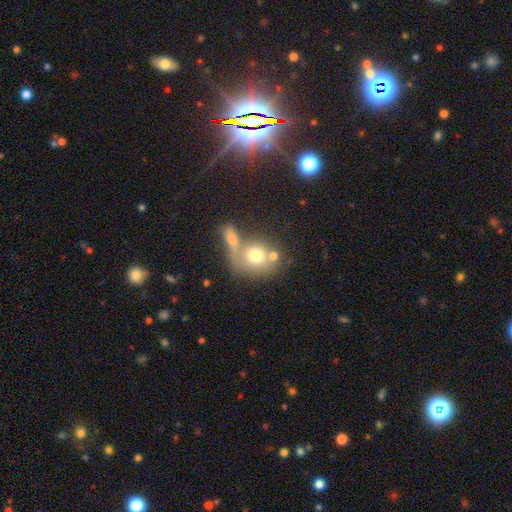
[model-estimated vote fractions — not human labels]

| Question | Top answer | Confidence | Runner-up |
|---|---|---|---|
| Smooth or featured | smooth | 70% | featured or disk (20%) |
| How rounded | round | 74% | in between (24%) |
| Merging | merger | 42% | none (41%) |